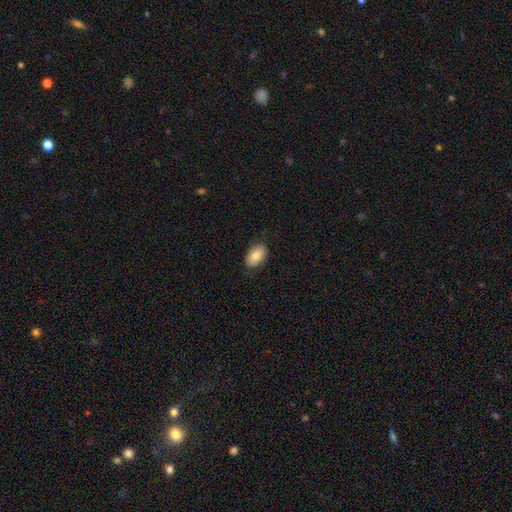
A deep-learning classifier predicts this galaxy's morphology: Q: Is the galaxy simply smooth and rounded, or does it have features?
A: smooth — 82%.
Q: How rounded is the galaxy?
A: in between — 93%.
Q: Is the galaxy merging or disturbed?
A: none — 84%.